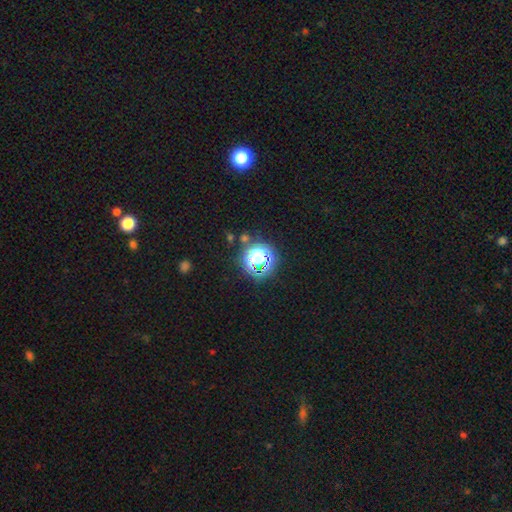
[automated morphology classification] type=star or artifact (77%).